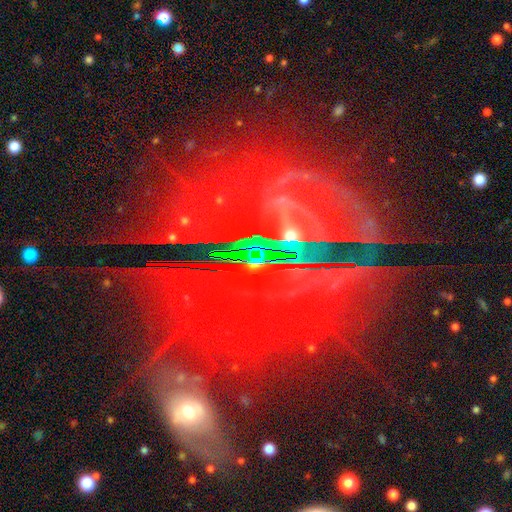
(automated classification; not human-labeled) smooth_or_featured: star or artifact (p=0.66) [alt: featured or disk p=0.27]